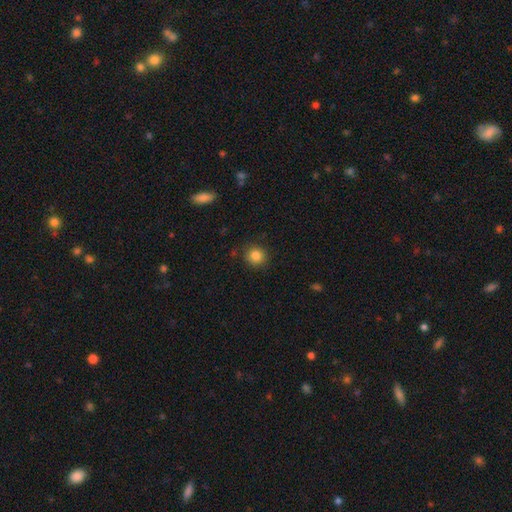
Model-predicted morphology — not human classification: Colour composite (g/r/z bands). It shows a smooth galaxy with no disk features (83%) that is round (89%). Merging: none (88%).